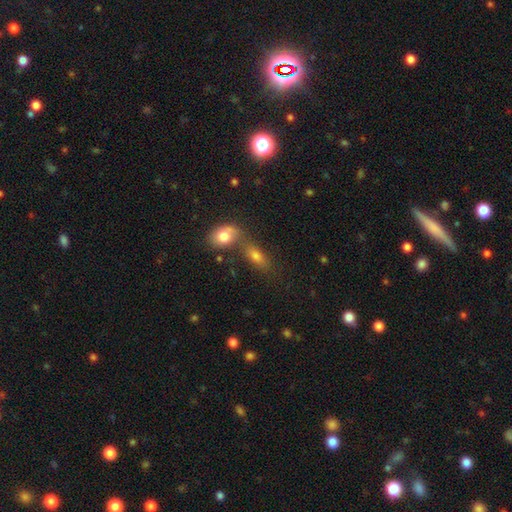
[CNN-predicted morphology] smooth-or-featured: smooth: 71% | featured or disk: 17% | star or artifact: 12%
  how-rounded: in between: 76% | cigar-shaped: 15% | round: 9%
  merging: none: 49% | merger: 35% | minor disturbance: 11% | major disturbance: 5%